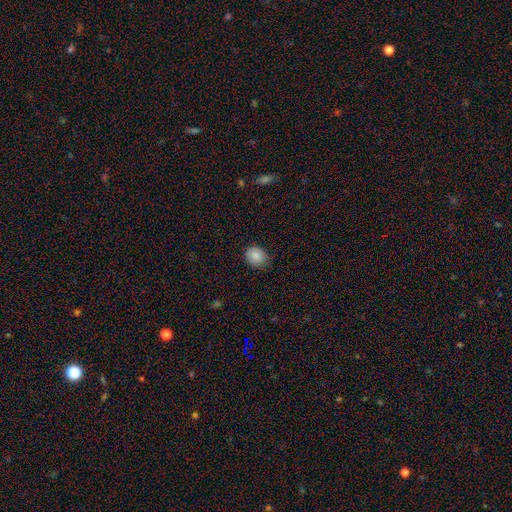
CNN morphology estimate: Smooth or featured?
  - smooth: 86% *
  - star or artifact: 8%
  - featured or disk: 5%
How rounded?
  - round: 57% *
  - in between: 42%
  - cigar-shaped: 1%
Merging?
  - none: 84% *
  - minor disturbance: 12%
  - major disturbance: 2%
  - merger: 1%